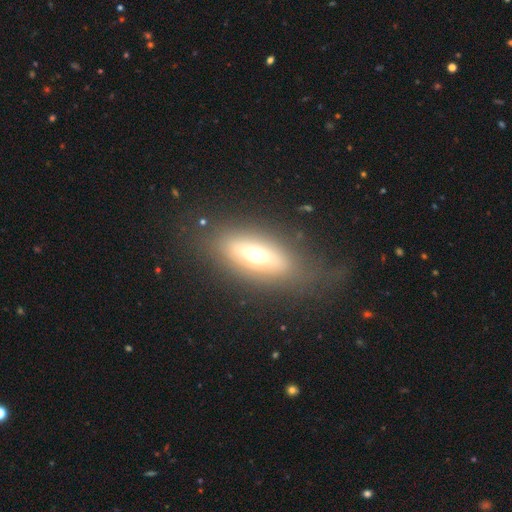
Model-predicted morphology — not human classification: The model was most divided on "smooth or featured": smooth: 52%, featured or disk: 38%, star or artifact: 10%. More confident: how rounded — in between (75%); merging — none (69%).